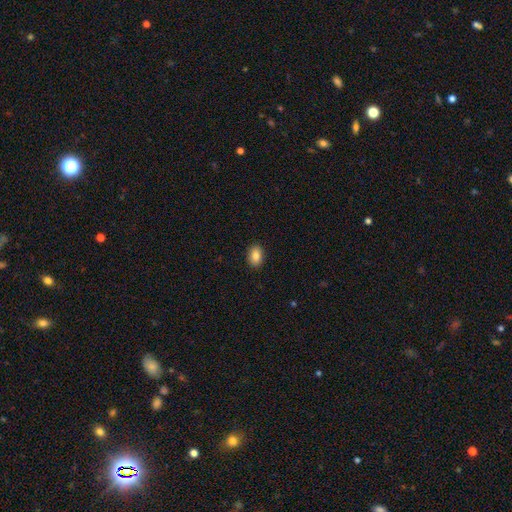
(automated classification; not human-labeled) Smooth or featured: smooth — 85% (star or artifact — 8%)
How rounded: in between — 82% (round — 17%)
Merging: none — 90% (minor disturbance — 7%)